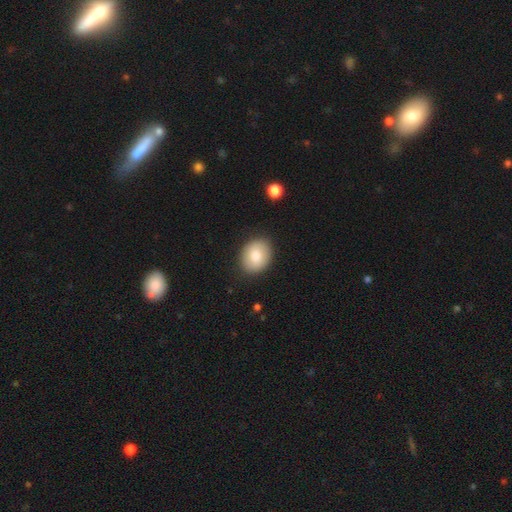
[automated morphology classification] Overall: smooth (79%). How rounded: in between (53%; round 46%). Merging: none (87%).